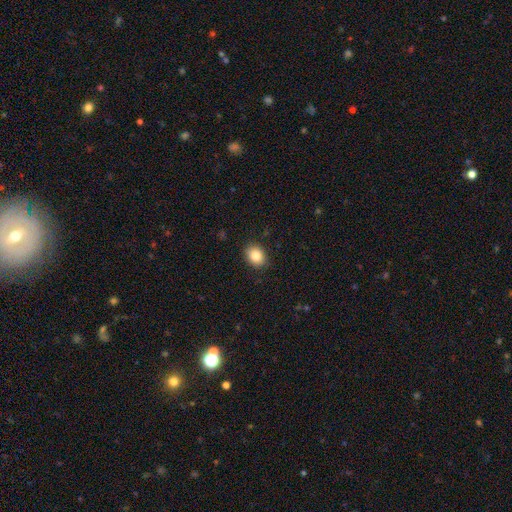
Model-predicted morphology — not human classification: type=smooth (85%); roundness=in between (52%); merging=none (89%).